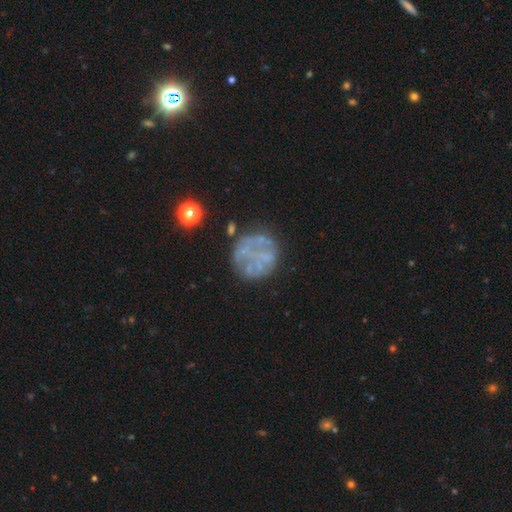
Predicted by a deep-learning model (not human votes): This is possibly a featured or disk galaxy (55%). It is clearly not viewed edge-on (98%). Bar: clearly no (91%). Spiral arm pattern: clearly no (85%). Central bulge: clearly none (82%). Merging: likely none (62%).